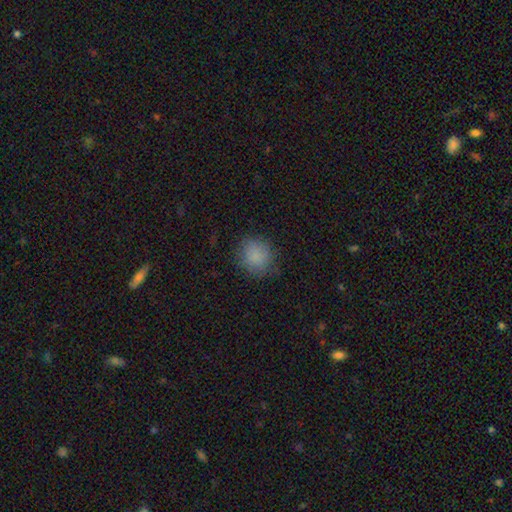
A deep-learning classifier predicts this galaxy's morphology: Smooth or featured? smooth (85%)
How rounded? round (82%)
Merging? none (80%)